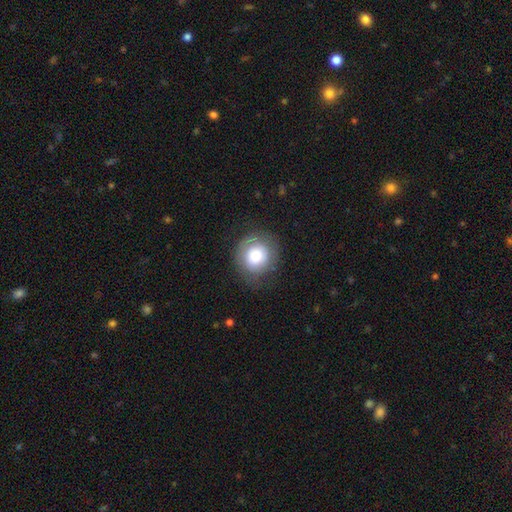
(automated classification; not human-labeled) Q: Smooth or featured?
A: smooth (69%); runner-up: featured or disk (22%)
Q: How rounded?
A: round (88%); runner-up: in between (11%)
Q: Merging?
A: none (73%); runner-up: minor disturbance (17%)